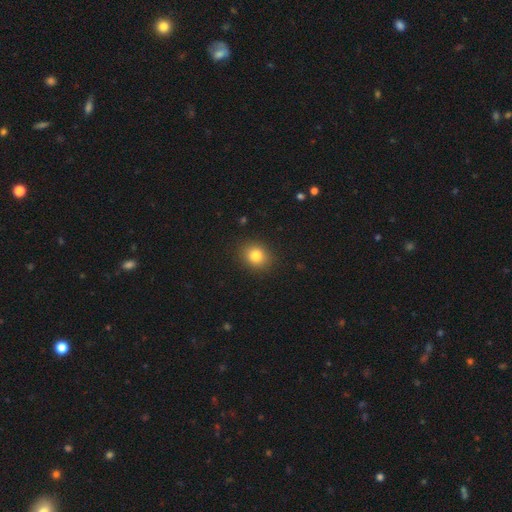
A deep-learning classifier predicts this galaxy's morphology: Q: Smooth or featured?
A: smooth (81%); runner-up: star or artifact (12%)
Q: How rounded?
A: round (72%); runner-up: in between (27%)
Q: Merging?
A: none (89%); runner-up: minor disturbance (7%)